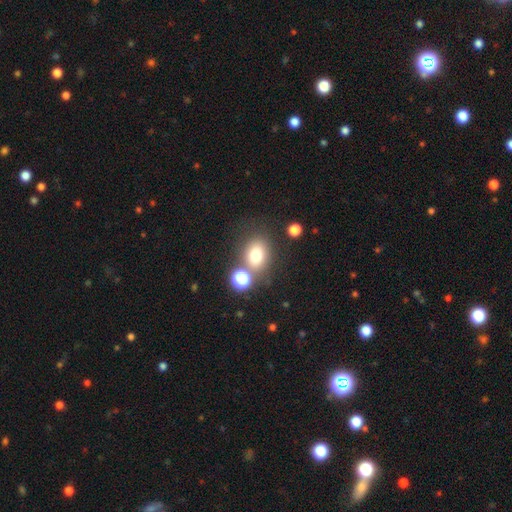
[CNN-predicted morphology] smooth-or-featured: smooth: 74% | star or artifact: 15% | featured or disk: 11%
  how-rounded: in between: 51% | round: 48% | cigar-shaped: 1%
  merging: none: 67% | merger: 16% | minor disturbance: 12% | major disturbance: 5%